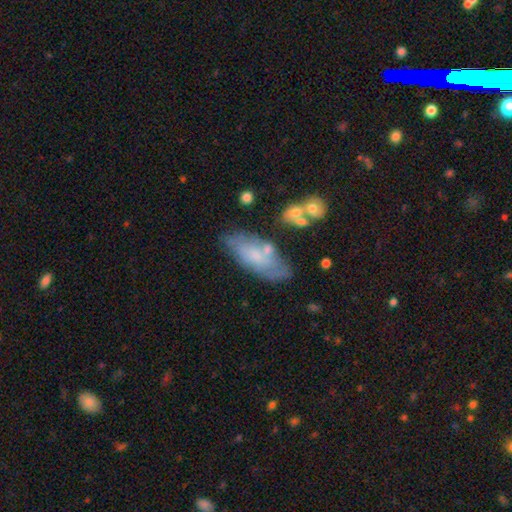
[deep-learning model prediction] Q: Smooth or featured?
A: smooth (52%); runner-up: featured or disk (40%)
Q: How rounded?
A: in between (82%); runner-up: cigar-shaped (15%)
Q: Merging?
A: none (54%); runner-up: minor disturbance (26%)